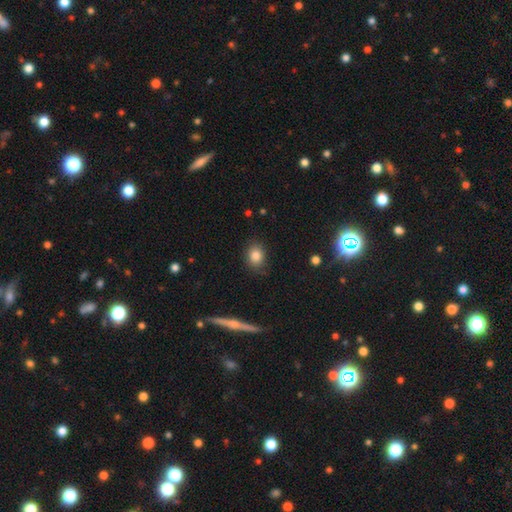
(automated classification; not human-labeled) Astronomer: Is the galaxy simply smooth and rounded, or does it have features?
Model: smooth — 83%.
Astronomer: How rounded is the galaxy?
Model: round — 51% (runner-up: in between, 47%).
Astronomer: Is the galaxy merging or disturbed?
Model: none — 84%.